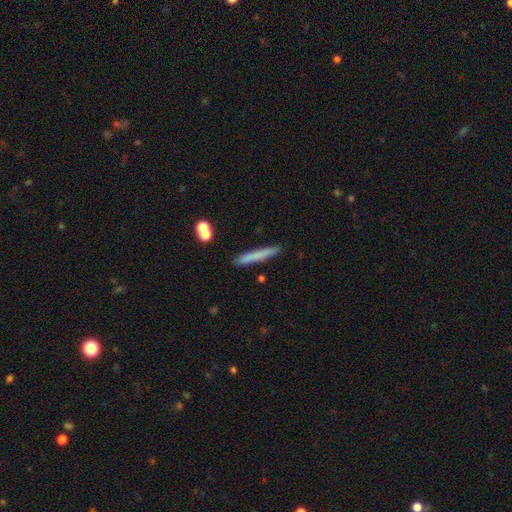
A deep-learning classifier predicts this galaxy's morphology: type=smooth (70%); roundness=cigar-shaped (95%); merging=none (87%).